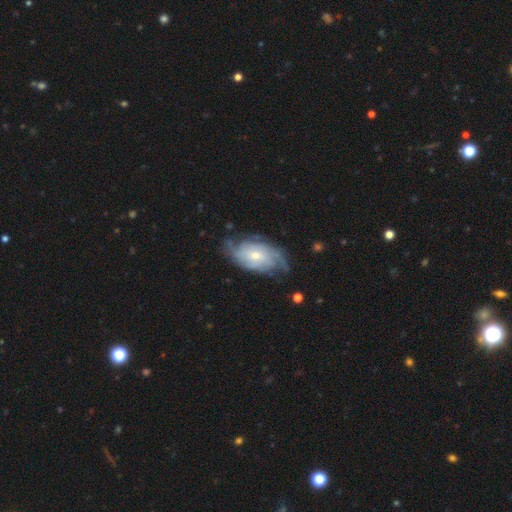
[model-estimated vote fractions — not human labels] A featured or disk galaxy (80%) with no bar (65%), tight (55%) spiral arms (93%) and a small central bulge (53%).

Vote fractions:
- Smooth or featured? featured or disk: 80% / smooth: 14% / star or artifact: 6%
- Edge-on disk? no: 95% / yes: 5%
- Bar? no: 65% / weak: 29% / strong: 5%
- Spiral arms? yes: 93% / no: 7%
- Spiral winding? tight: 55% / medium: 33% / loose: 12%
- Spiral arm count? can't tell: 38% / 2: 19% / 3: 17% / 4: 14% / more than 4: 7% / 1: 5%
- Bulge size? small: 53% / moderate: 42% / large: 2% / none: 1% / dominant: 1%
- Merging? none: 68% / minor disturbance: 22% / major disturbance: 9% / merger: 2%